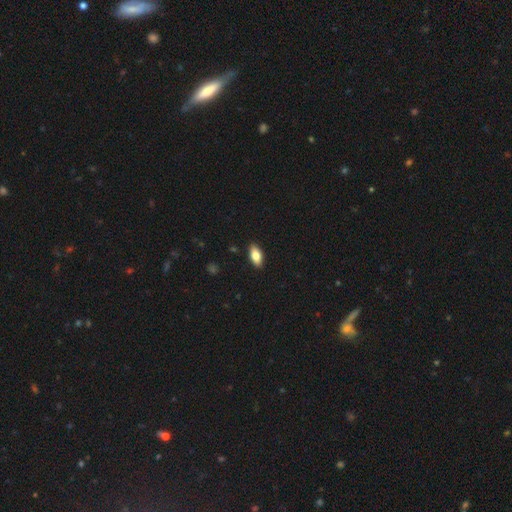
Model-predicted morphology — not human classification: Smooth or featured?
  - smooth: 78% *
  - featured or disk: 16%
  - star or artifact: 7%
How rounded?
  - in between: 88% *
  - cigar-shaped: 9%
  - round: 3%
Merging?
  - none: 90% *
  - minor disturbance: 8%
  - major disturbance: 2%
  - merger: 1%